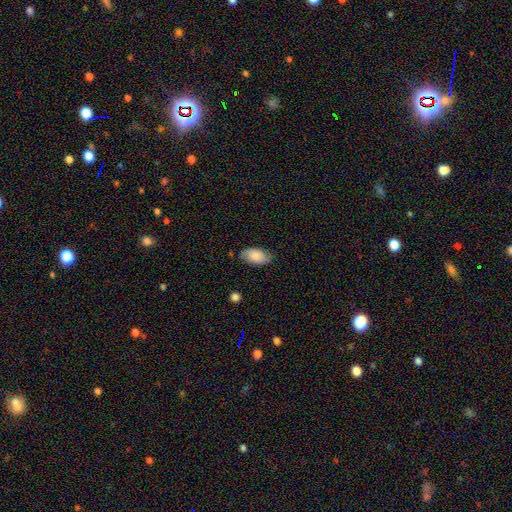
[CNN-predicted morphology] A smooth galaxy with no disk features (76%) that is in between round and cigar-shaped (94%).

Vote fractions:
- Smooth or featured? smooth: 76% / featured or disk: 17% / star or artifact: 7%
- How rounded? in between: 94% / round: 4% / cigar-shaped: 2%
- Merging? none: 78% / minor disturbance: 18% / major disturbance: 4% / merger: 1%